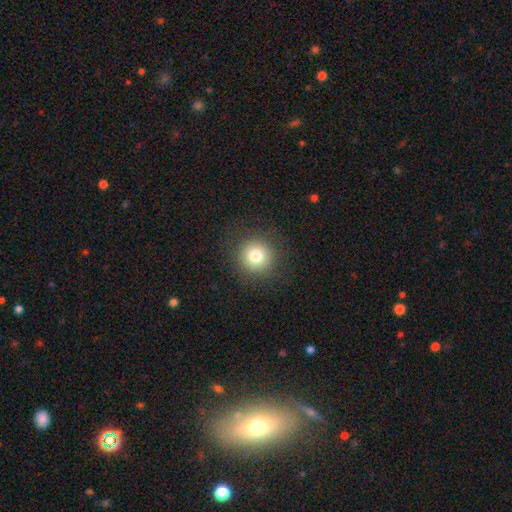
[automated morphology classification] Smooth or featured?
  - smooth: 79% *
  - star or artifact: 12%
  - featured or disk: 9%
How rounded?
  - round: 93% *
  - in between: 6%
  - cigar-shaped: 1%
Merging?
  - none: 88% *
  - minor disturbance: 7%
  - major disturbance: 4%
  - merger: 1%